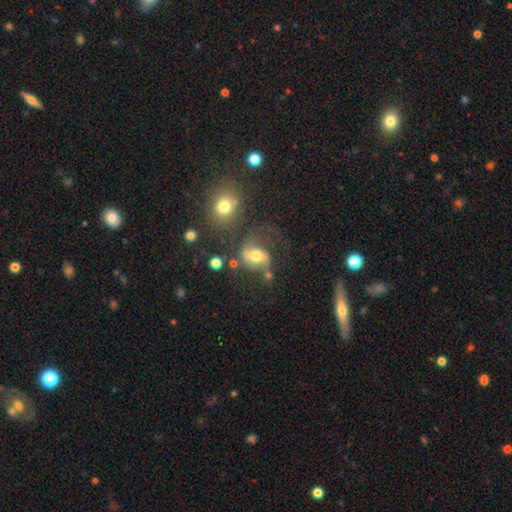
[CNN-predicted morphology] Smooth or featured?
  - featured or disk: 63% *
  - smooth: 27%
  - star or artifact: 11%
Edge-on disk?
  - no: 97% *
  - yes: 3%
Bar?
  - weak: 41% *
  - no: 38%
  - strong: 21%
Spiral arms?
  - yes: 84% *
  - no: 16%
Spiral winding?
  - loose: 49% *
  - medium: 40%
  - tight: 11%
Spiral arm count?
  - 2: 79% *
  - 1: 11%
  - can't tell: 6%
  - 3: 1%
  - 4: 1%
  - more than 4: 1%
Bulge size?
  - moderate: 66% *
  - large: 18%
  - small: 12%
  - dominant: 2%
  - none: 2%
Merging?
  - none: 41% *
  - major disturbance: 26%
  - minor disturbance: 20%
  - merger: 13%